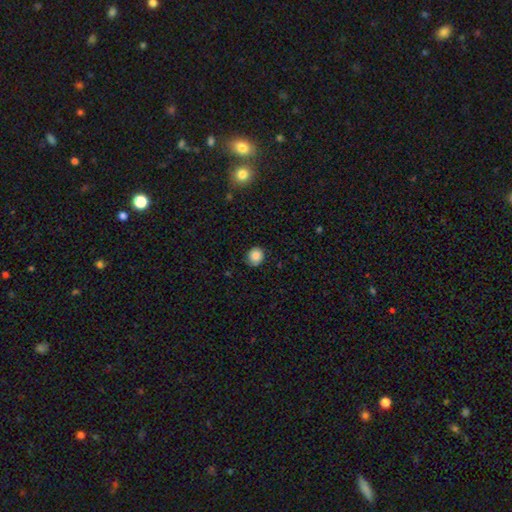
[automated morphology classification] This appears to be a smooth galaxy with no disk features (86%) that is round (84%). Merging: none (82%).